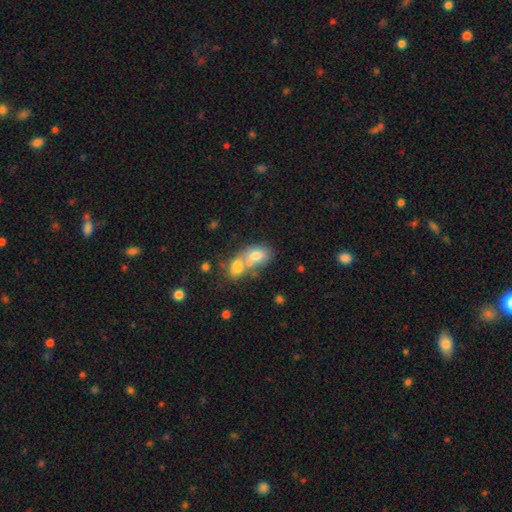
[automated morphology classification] Smooth or featured? Predicted: smooth (p=0.69). How rounded? Predicted: in between (p=0.79). Merging? Predicted: merger (p=0.67).